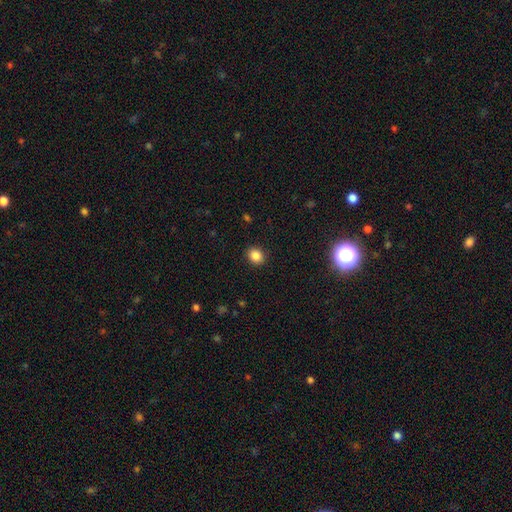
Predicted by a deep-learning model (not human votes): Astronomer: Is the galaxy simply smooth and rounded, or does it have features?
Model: smooth — 85%.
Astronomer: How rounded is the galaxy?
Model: round — 61% (runner-up: in between, 38%).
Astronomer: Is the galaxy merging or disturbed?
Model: none — 91%.